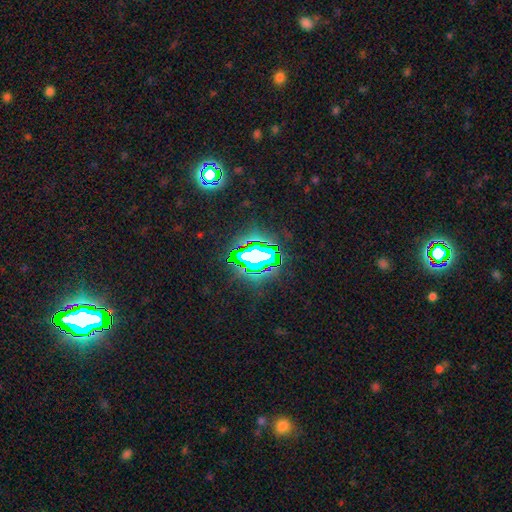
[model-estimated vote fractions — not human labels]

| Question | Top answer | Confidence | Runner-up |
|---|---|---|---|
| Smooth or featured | star or artifact | 71% | smooth (16%) |